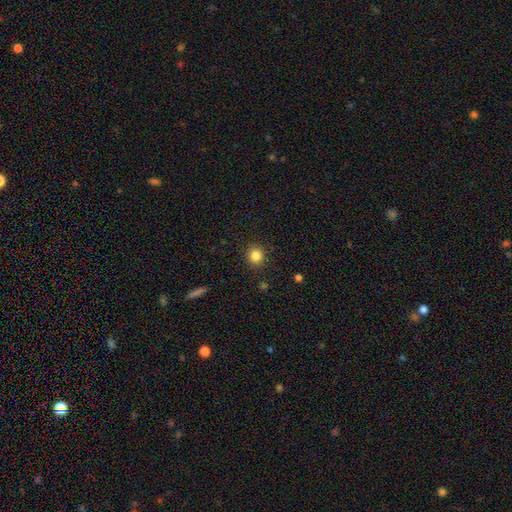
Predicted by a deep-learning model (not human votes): Smooth or featured: smooth — 84% (star or artifact — 11%)
How rounded: round — 87% (in between — 12%)
Merging: none — 90% (minor disturbance — 7%)